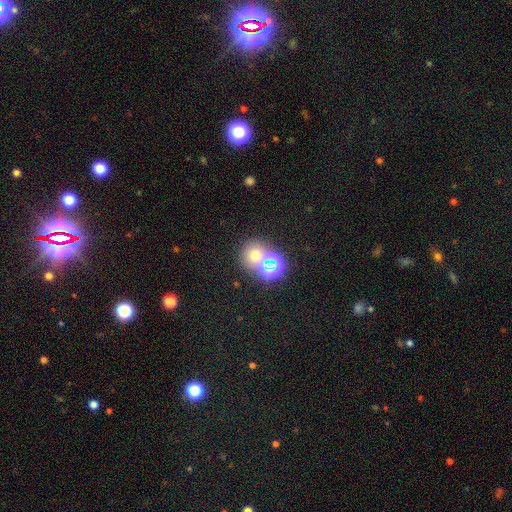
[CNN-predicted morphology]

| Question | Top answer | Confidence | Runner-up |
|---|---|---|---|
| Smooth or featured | smooth | 62% | star or artifact (26%) |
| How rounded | round | 78% | in between (21%) |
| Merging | none | 50% | merger (38%) |